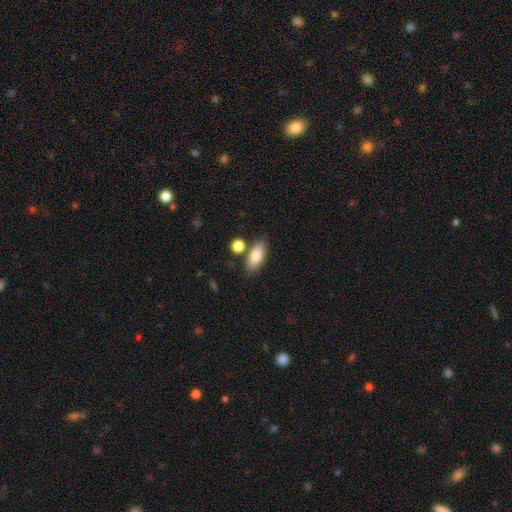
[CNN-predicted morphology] Smooth or featured? smooth (81%)
How rounded? in between (84%)
Merging? none (75%)